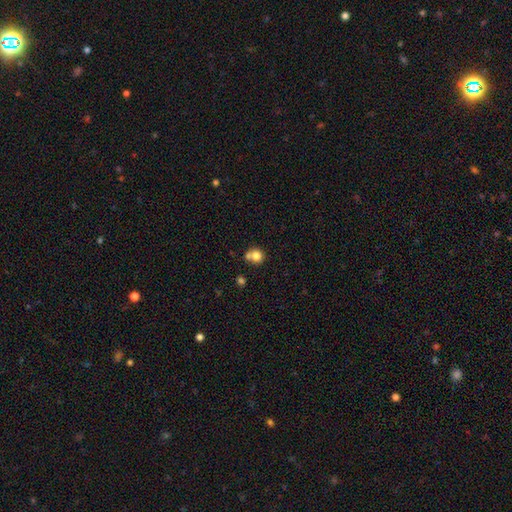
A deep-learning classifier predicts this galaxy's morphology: Smooth or featured? smooth (79%)
How rounded? round (85%)
Merging? none (50%)